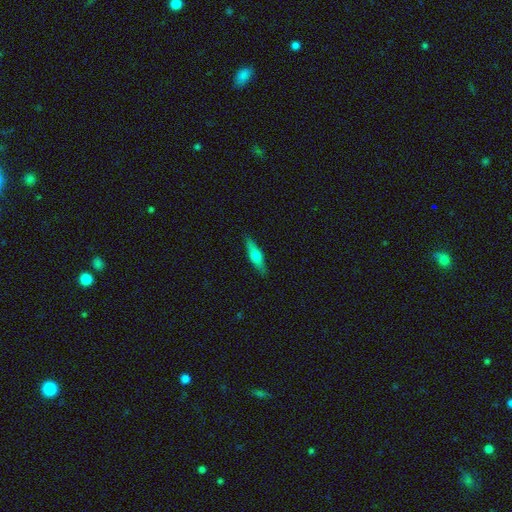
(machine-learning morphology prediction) smooth_or_featured: smooth (p=0.47) [alt: featured or disk p=0.46]
merging: none (p=0.89) [alt: minor disturbance p=0.08]